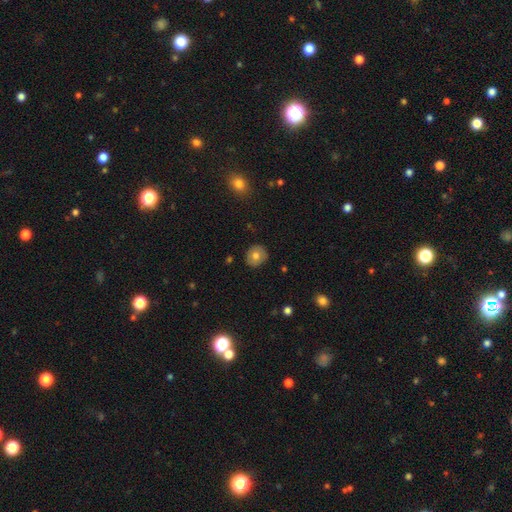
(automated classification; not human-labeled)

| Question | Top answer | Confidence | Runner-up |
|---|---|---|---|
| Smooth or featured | smooth | 74% | featured or disk (17%) |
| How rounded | round | 86% | in between (13%) |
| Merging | none | 87% | minor disturbance (10%) |